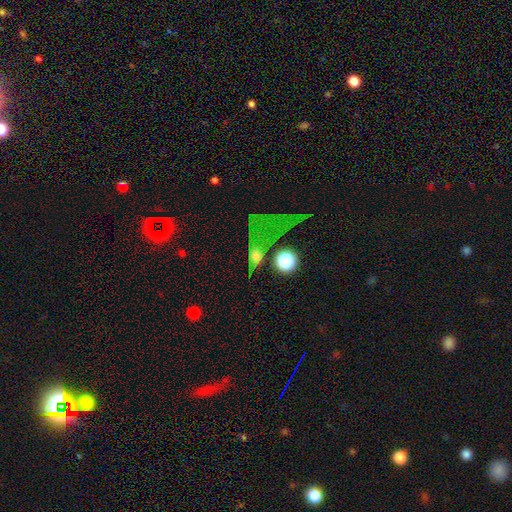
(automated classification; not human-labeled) smooth-or-featured: star or artifact: 56% | smooth: 31% | featured or disk: 14%